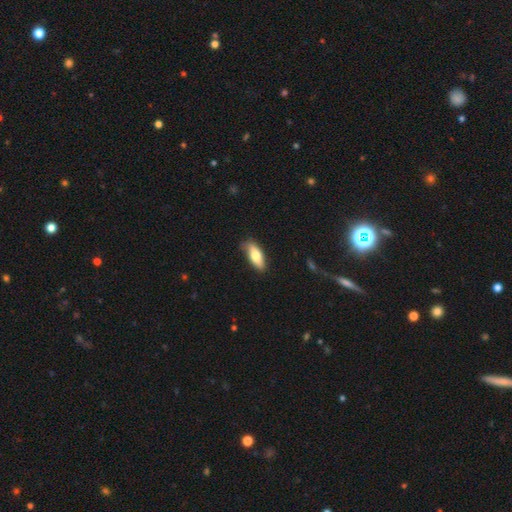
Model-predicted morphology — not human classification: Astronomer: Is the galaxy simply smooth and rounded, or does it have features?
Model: smooth — 75%.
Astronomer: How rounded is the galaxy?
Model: in between — 70%.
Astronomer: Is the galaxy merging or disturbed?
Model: none — 76%.